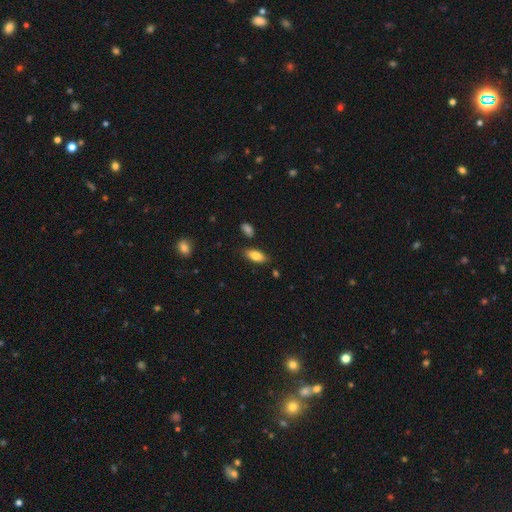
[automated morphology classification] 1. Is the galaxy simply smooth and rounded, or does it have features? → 80% smooth, 13% featured or disk, 7% star or artifact.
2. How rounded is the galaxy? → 84% in between, 13% cigar-shaped, 2% round.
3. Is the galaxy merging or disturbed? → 80% none, 14% minor disturbance, 3% merger, 3% major disturbance.